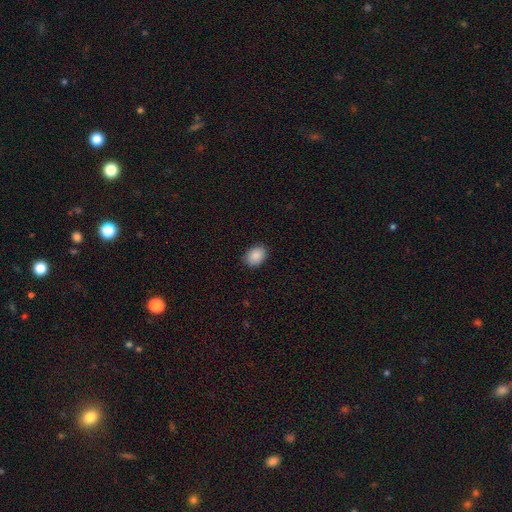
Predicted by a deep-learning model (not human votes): smooth-or-featured: smooth: 89% | star or artifact: 7% | featured or disk: 3%
  how-rounded: in between: 74% | round: 25% | cigar-shaped: 1%
  merging: none: 87% | minor disturbance: 10% | major disturbance: 2% | merger: 1%